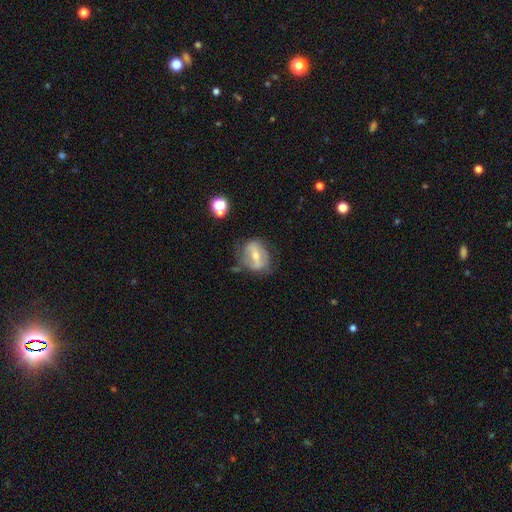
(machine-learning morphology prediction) Overall: featured or disk (61%; smooth 31%). Edge-on disk: no (91%). Bar: strong (61%; weak 27%). Spiral arms: no (64%; yes 36%). Bulge size: moderate (56%; small 36%). Merging: none (61%; minor disturbance 24%).